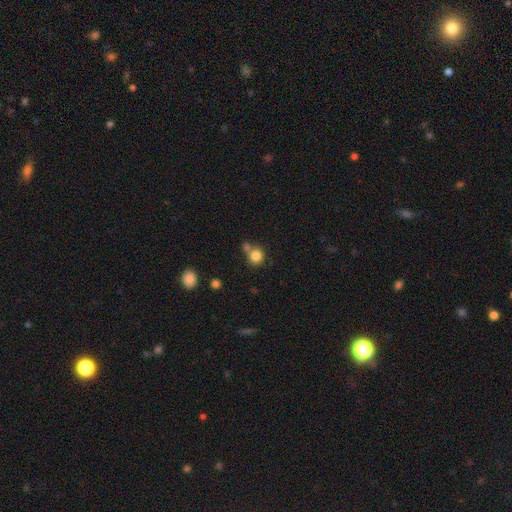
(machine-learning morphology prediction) This is clearly a smooth galaxy (82%). How rounded: clearly round (87%). Merging: possibly none (56%).